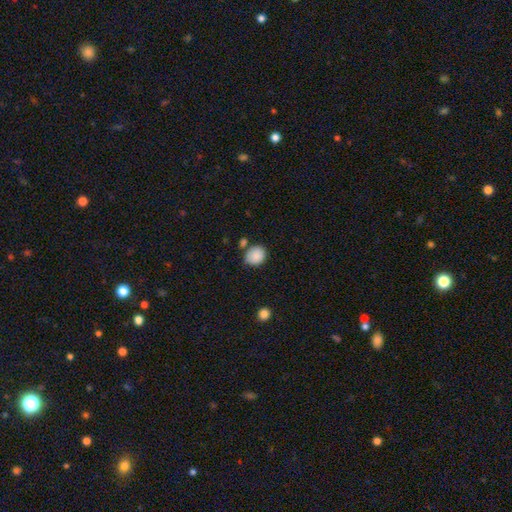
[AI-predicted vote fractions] Overall: smooth (88%). How rounded: round (69%; in between 30%). Merging: none (69%).